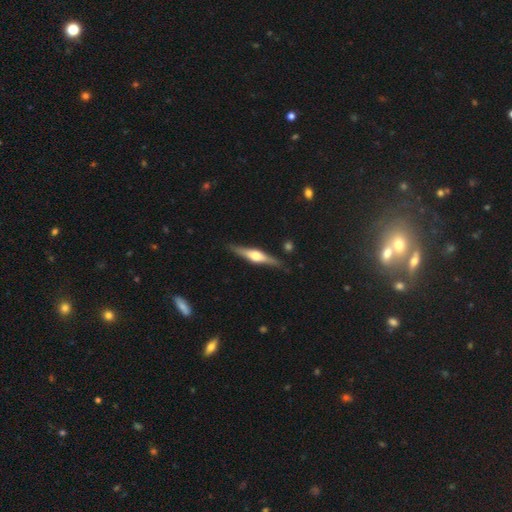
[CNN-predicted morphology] smooth-or-featured: featured or disk: 72% | smooth: 23% | star or artifact: 5%
  disk-edge-on: yes: 97% | no: 3%
    edge-on-bulge: rounded: 91% | boxy: 7% | none: 2%
  merging: none: 87% | minor disturbance: 10% | major disturbance: 2% | merger: 2%